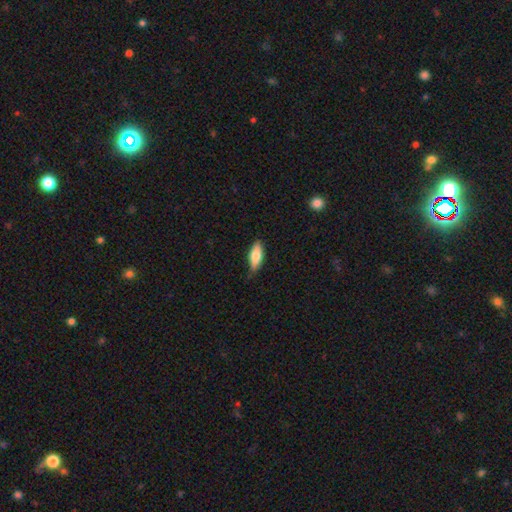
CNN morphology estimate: Overall: smooth (76%). How rounded: in between (74%). Merging: none (74%).